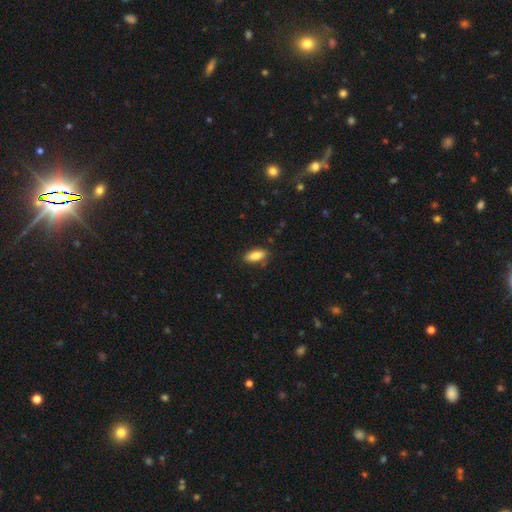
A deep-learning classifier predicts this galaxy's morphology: A smooth galaxy with no disk features (83%) that is in between round and cigar-shaped (84%).

Vote fractions:
- Smooth or featured? smooth: 83% / featured or disk: 10% / star or artifact: 7%
- How rounded? in between: 84% / cigar-shaped: 13% / round: 2%
- Merging? none: 82% / minor disturbance: 14% / major disturbance: 3% / merger: 2%